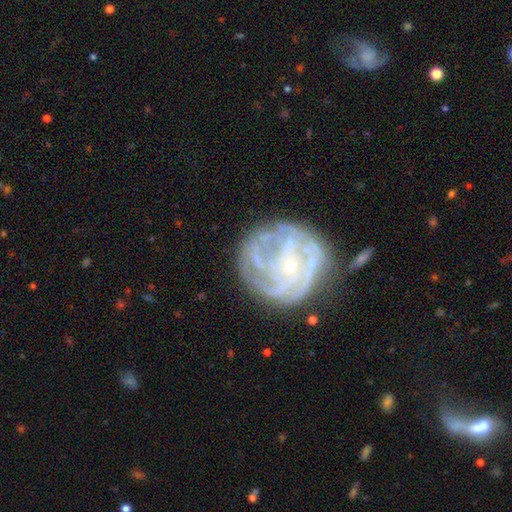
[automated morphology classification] featured or disk 80%, smooth 12%, star or artifact 8%. Down the decision tree: edge-on disk — no (98%); bar — no (74%); spiral arms — yes (84%); spiral arm count — can't tell (31%); spiral winding — tight (59%); bulge size — small (76%); merging — none (60%).